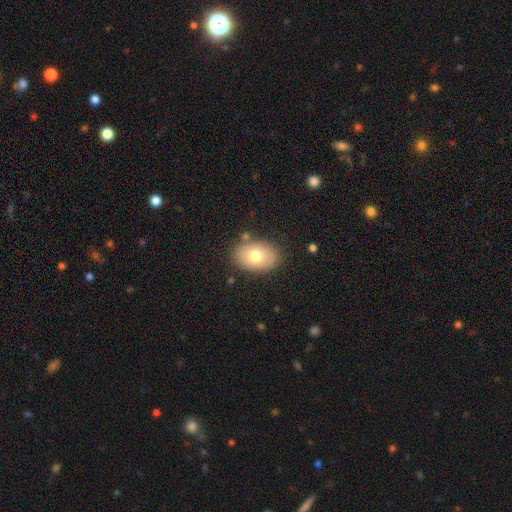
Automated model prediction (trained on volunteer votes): This is likely a smooth galaxy (74%). How rounded: clearly in between (82%). Merging: clearly none (83%).